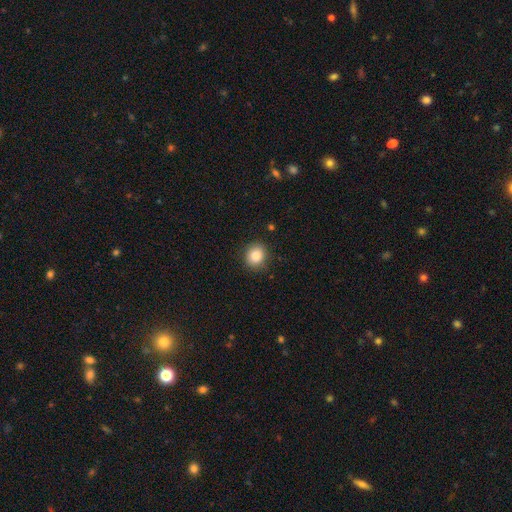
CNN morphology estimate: type=smooth (86%); roundness=round (79%); merging=none (88%).